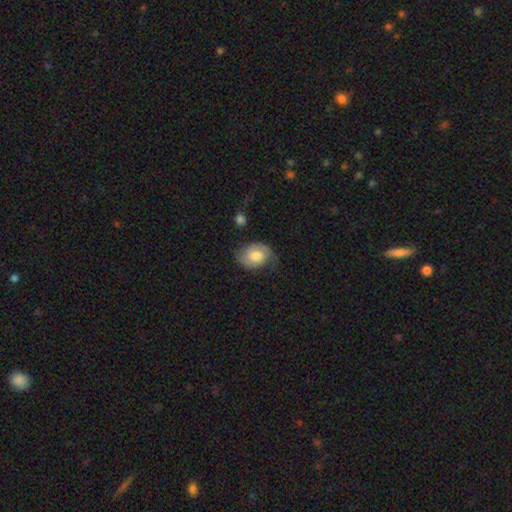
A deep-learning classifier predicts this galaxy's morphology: smooth-or-featured: smooth: 47% | featured or disk: 45% | star or artifact: 8%
  merging: none: 59% | minor disturbance: 26% | major disturbance: 12% | merger: 2%